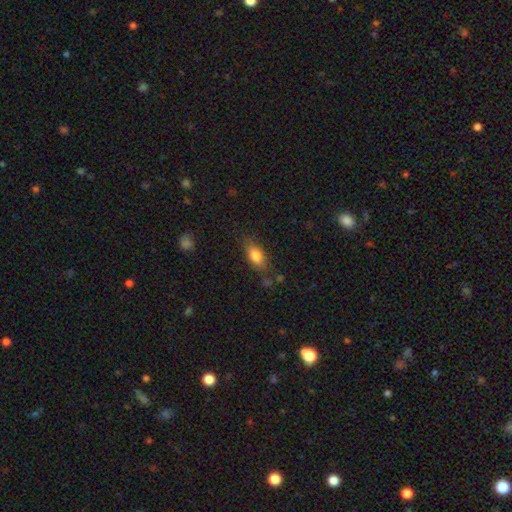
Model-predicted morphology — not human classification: A smooth galaxy with no disk features (81%) that is in between round and cigar-shaped (85%).

Vote fractions:
- Smooth or featured? smooth: 81% / featured or disk: 11% / star or artifact: 8%
- How rounded? in between: 85% / cigar-shaped: 10% / round: 5%
- Merging? none: 74% / minor disturbance: 17% / major disturbance: 5% / merger: 4%